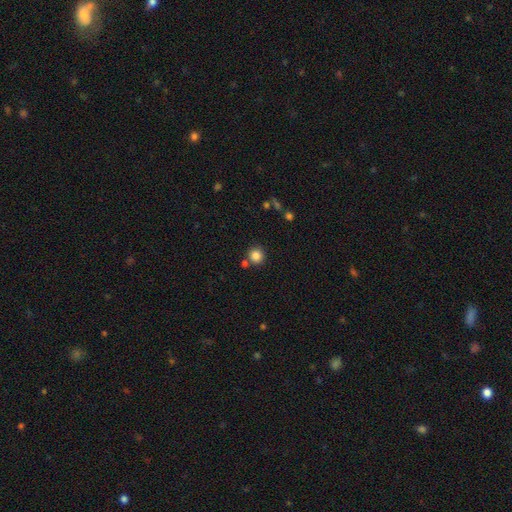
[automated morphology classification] Overall: smooth (85%). How rounded: round (92%). Merging: none (78%).